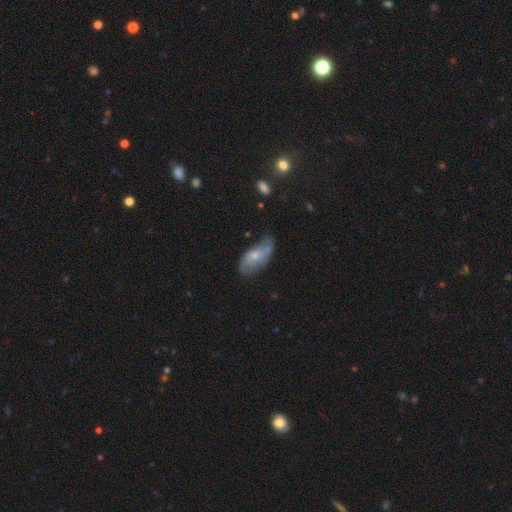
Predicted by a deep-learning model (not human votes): smooth-or-featured: featured or disk: 57% | smooth: 36% | star or artifact: 7%
  disk-edge-on: no: 91% | yes: 9%
    bar: no: 69% | weak: 26% | strong: 5%
    has-spiral-arms: yes: 73% | no: 27%
    bulge-size: small: 60% | moderate: 33% | none: 4% | large: 2% | dominant: 1%
  merging: none: 50% | minor disturbance: 31% | major disturbance: 13% | merger: 6%